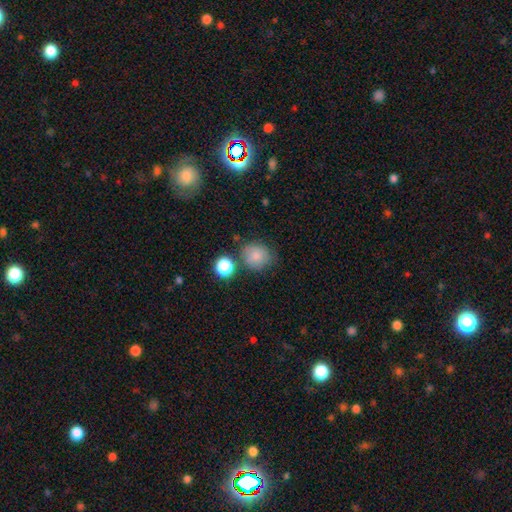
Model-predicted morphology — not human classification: smooth 81%, star or artifact 11%, featured or disk 8%. Down the decision tree: how rounded — round (82%); merging — none (69%).